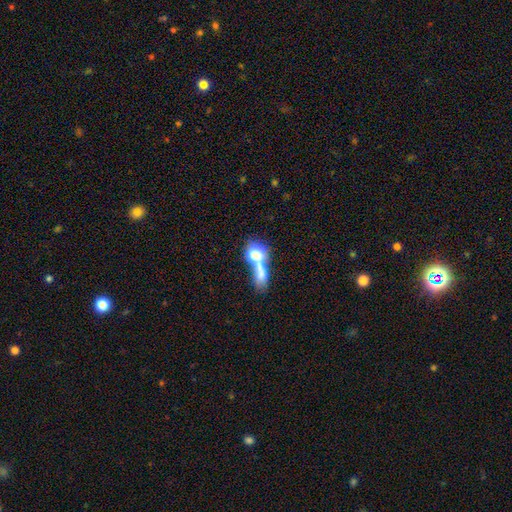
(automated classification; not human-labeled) Smooth or featured? Predicted: smooth (p=0.68). How rounded? Predicted: in between (p=0.55). Merging? Predicted: merger (p=0.74).